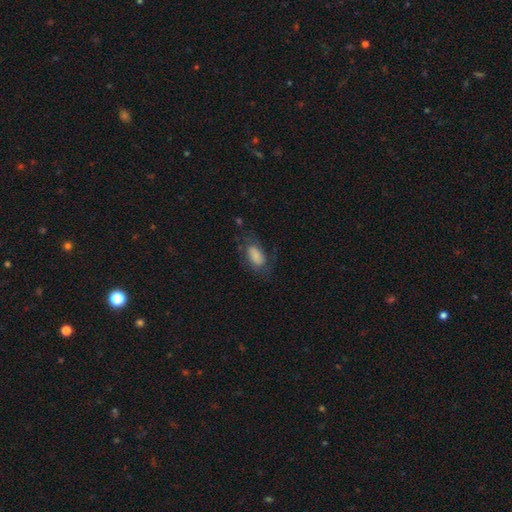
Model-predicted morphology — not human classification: smooth_or_featured: smooth (p=0.66) [alt: featured or disk p=0.26]
how_rounded: in between (p=0.91) [alt: round p=0.06]
merging: none (p=0.55) [alt: minor disturbance p=0.24]